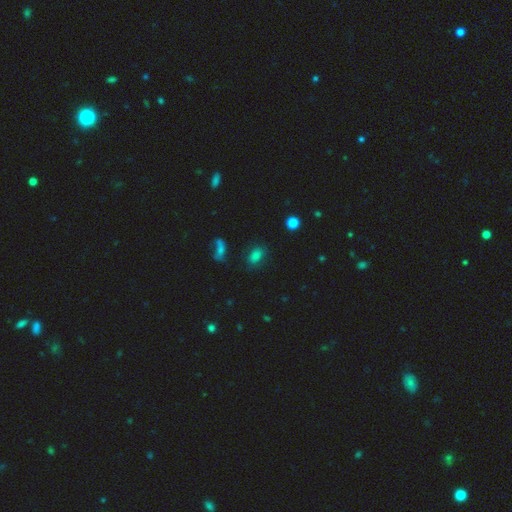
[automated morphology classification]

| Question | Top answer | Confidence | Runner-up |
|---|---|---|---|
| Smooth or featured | smooth | 74% | star or artifact (17%) |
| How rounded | in between | 78% | round (19%) |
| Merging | none | 74% | minor disturbance (15%) |